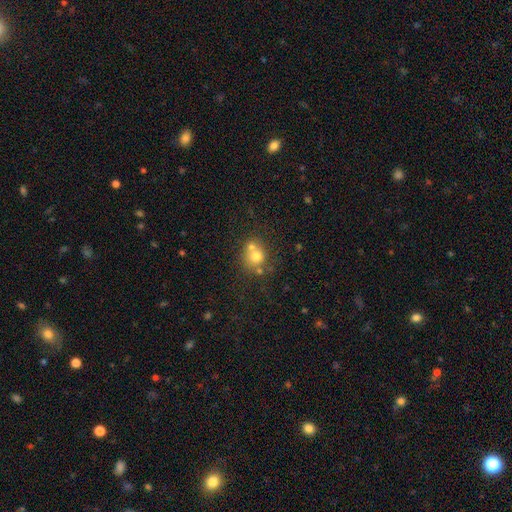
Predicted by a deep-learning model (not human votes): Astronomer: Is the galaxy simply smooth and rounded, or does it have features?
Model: smooth — 68%.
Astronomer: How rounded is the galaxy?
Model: round — 80%.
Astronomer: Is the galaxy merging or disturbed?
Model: none — 45% (runner-up: merger, 42%).